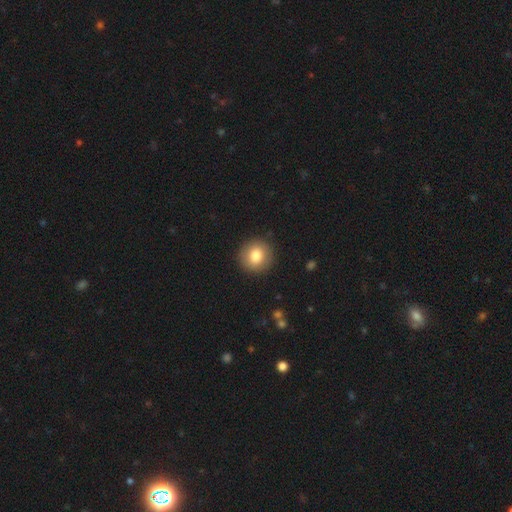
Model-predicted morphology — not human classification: Smooth or featured? Predicted: smooth (p=0.82). How rounded? Predicted: round (p=0.92). Merging? Predicted: none (p=0.90).